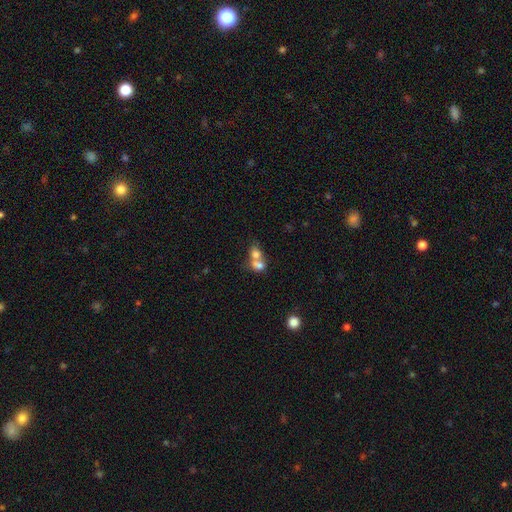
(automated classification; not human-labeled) smooth_or_featured: smooth (p=0.69) [alt: featured or disk p=0.20]
how_rounded: in between (p=0.51) [alt: round p=0.47]
merging: merger (p=0.73) [alt: none p=0.18]